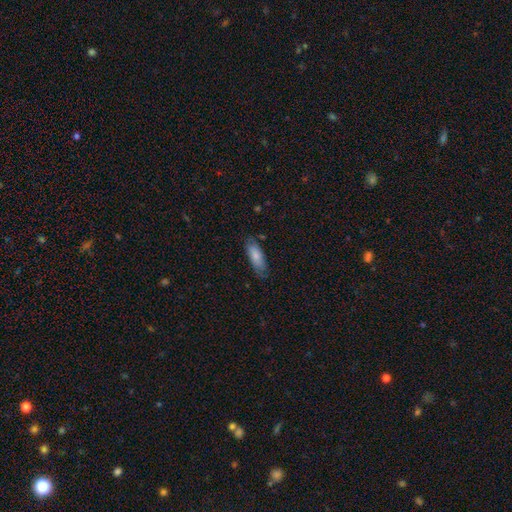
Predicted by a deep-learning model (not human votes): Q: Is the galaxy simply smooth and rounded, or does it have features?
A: smooth — 78%.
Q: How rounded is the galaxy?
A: in between — 70%.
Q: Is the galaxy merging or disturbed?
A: none — 73%.